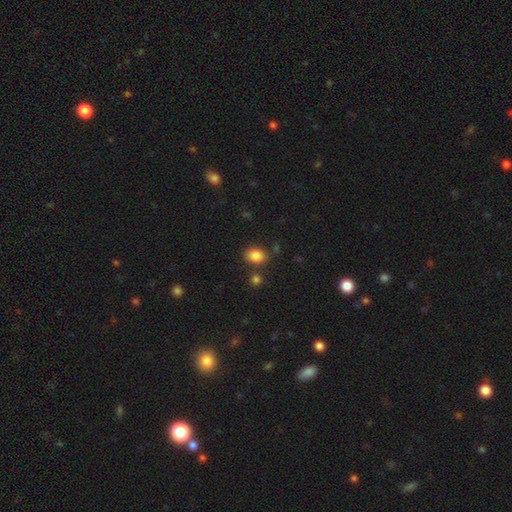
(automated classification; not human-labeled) A smooth galaxy with no disk features (85%) that is in between round and cigar-shaped (69%).

Vote fractions:
- Smooth or featured? smooth: 85% / star or artifact: 10% / featured or disk: 5%
- How rounded? in between: 69% / round: 30% / cigar-shaped: 1%
- Merging? none: 78% / minor disturbance: 11% / merger: 8% / major disturbance: 3%